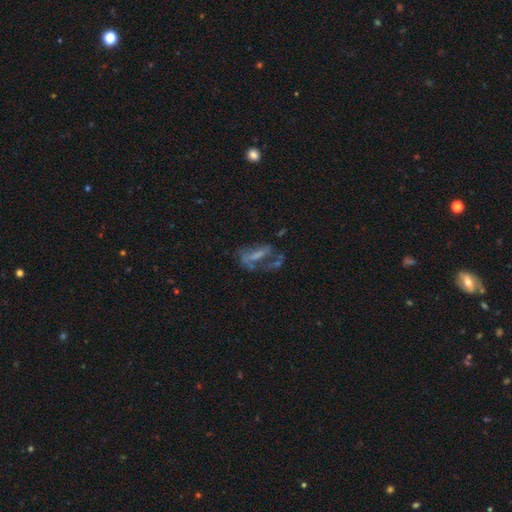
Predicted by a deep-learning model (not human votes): A featured or disk galaxy (55%).

Vote fractions:
- Smooth or featured? featured or disk: 55% / smooth: 28% / star or artifact: 17%
- Edge-on disk? no: 86% / yes: 14%
- Merging? major disturbance: 37% / none: 33% / minor disturbance: 17% / merger: 13%